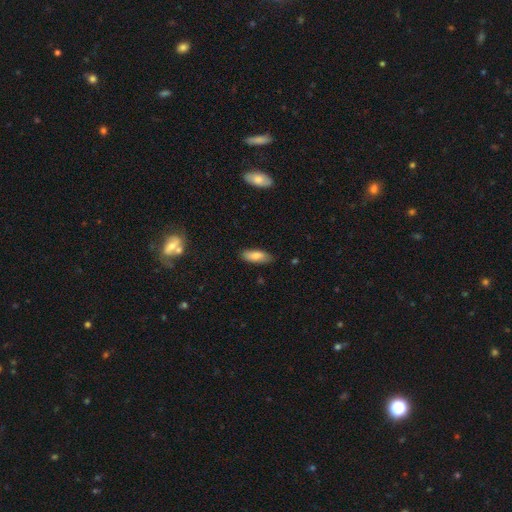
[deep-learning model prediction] Overall: smooth (80%). How rounded: in between (72%). Merging: none (82%).